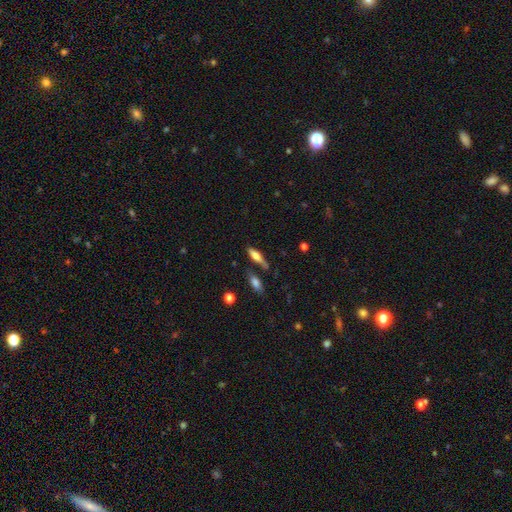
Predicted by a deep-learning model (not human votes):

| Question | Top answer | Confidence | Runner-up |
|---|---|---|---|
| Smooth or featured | smooth | 56% | featured or disk (35%) |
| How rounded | cigar-shaped | 51% | in between (47%) |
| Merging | none | 64% | minor disturbance (16%) |